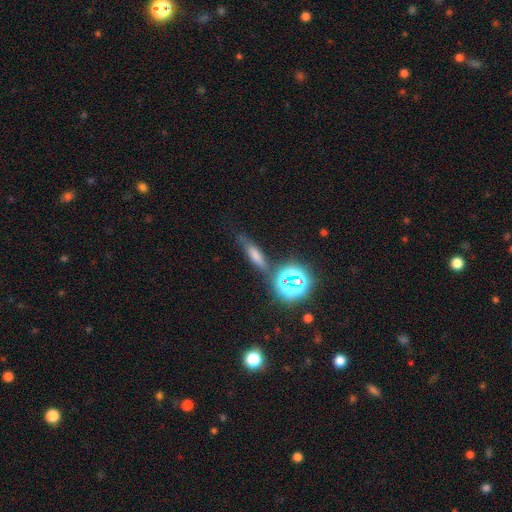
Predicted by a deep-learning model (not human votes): This is marginally a star or artifact rather than a galaxy (37%).